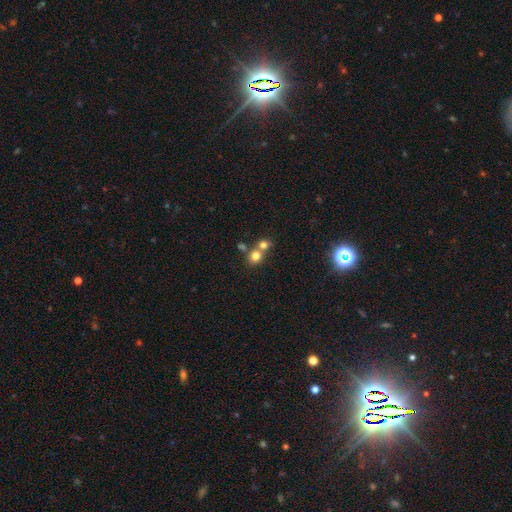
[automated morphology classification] smooth_or_featured: smooth (p=0.76) [alt: star or artifact p=0.13]
how_rounded: round (p=0.82) [alt: in between p=0.17]
merging: merger (p=0.51) [alt: none p=0.41]